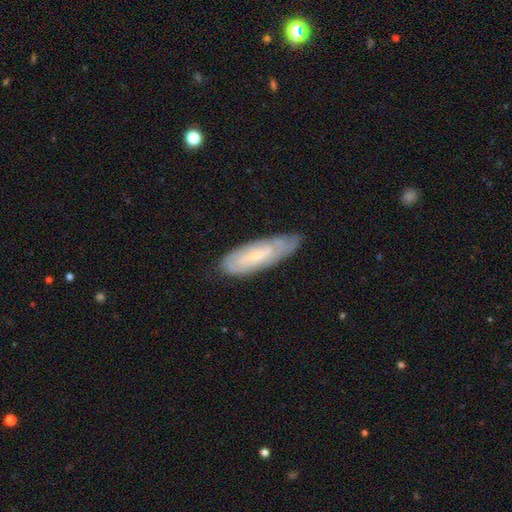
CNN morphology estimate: smooth_or_featured: featured or disk (p=0.57) [alt: smooth p=0.36]
disk_edge_on: no (p=0.78) [alt: yes p=0.22]
merging: none (p=0.70) [alt: minor disturbance p=0.23]